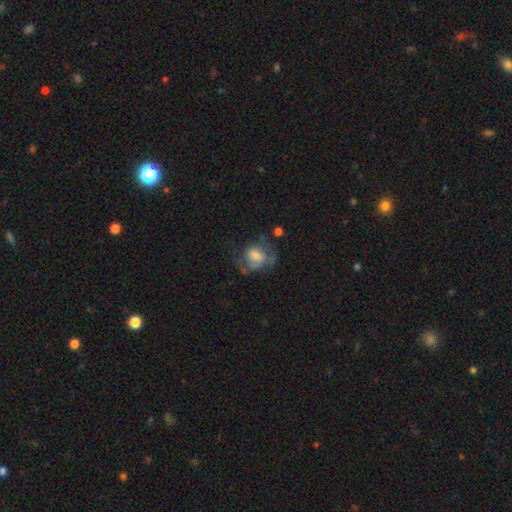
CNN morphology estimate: Smooth or featured? featured or disk (45%, tied with smooth)
Merging? major disturbance (39%)